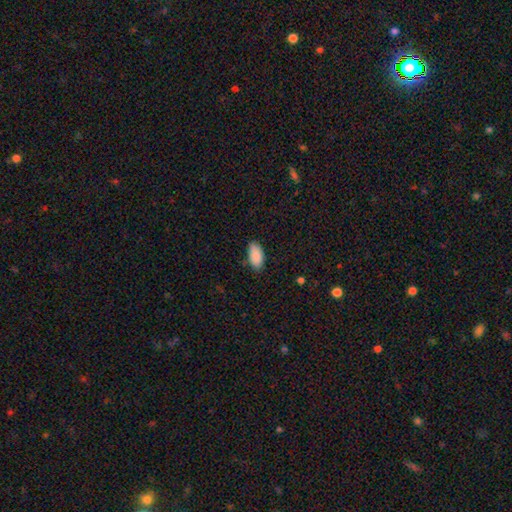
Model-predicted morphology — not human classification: Smooth or featured? smooth (89%)
How rounded? in between (93%)
Merging? none (78%)